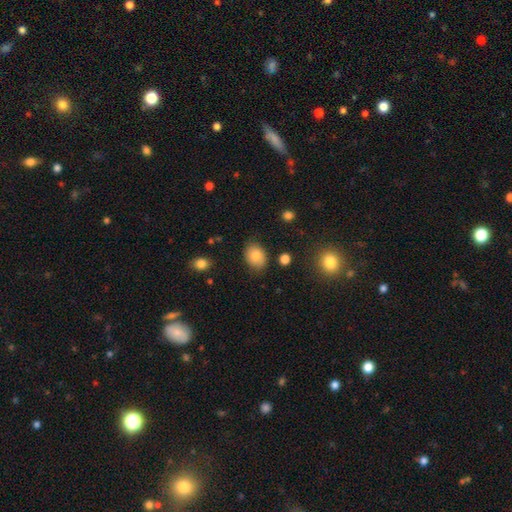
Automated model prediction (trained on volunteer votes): The model was most divided on "how rounded": in between: 68%, round: 31%, cigar-shaped: 1%. More confident: smooth or featured — smooth (81%); merging — none (80%).